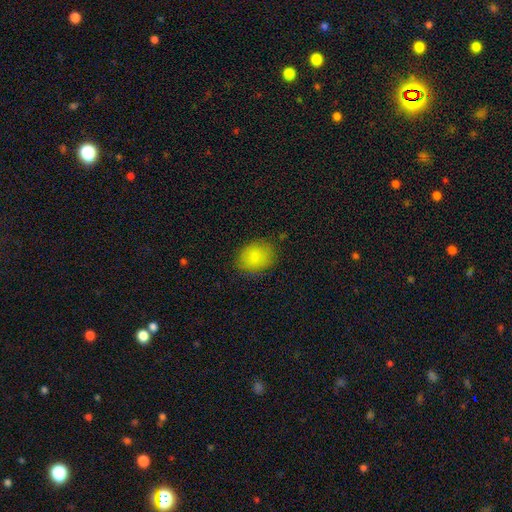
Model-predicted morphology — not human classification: smooth 83%, star or artifact 10%, featured or disk 7%. Down the decision tree: how rounded — in between (56%); merging — none (81%).